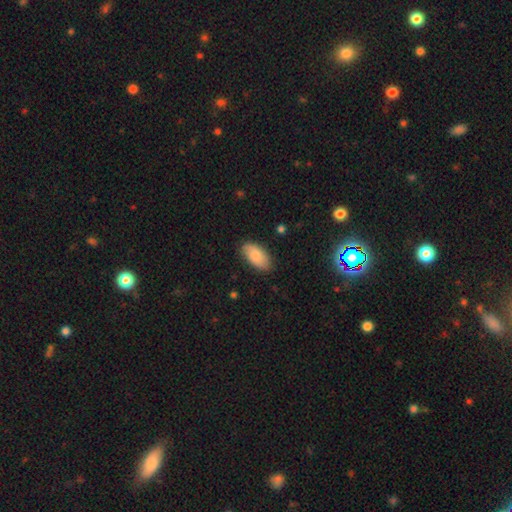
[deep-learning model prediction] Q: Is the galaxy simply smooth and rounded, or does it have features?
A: smooth — 81%.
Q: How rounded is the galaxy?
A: in between — 94%.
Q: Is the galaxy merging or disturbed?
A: none — 84%.